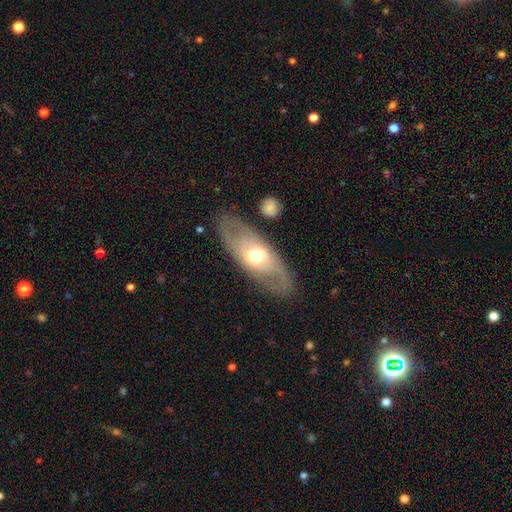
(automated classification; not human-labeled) Q: Smooth or featured?
A: featured or disk (61%); runner-up: smooth (33%)
Q: Edge-on disk?
A: no (79%); runner-up: yes (21%)
Q: Merging?
A: none (80%); runner-up: minor disturbance (12%)